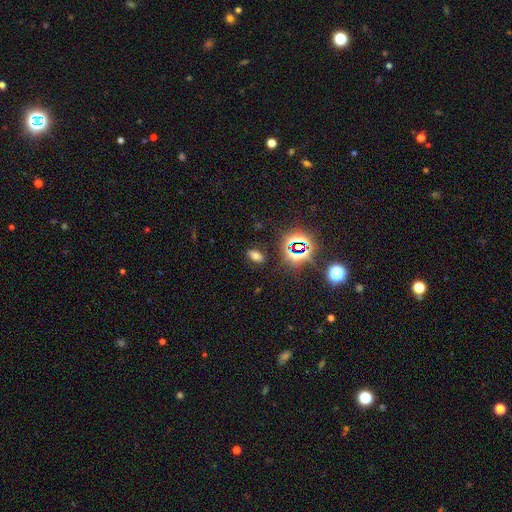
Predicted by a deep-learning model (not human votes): Q: Smooth or featured?
A: smooth (56%); runner-up: star or artifact (33%)
Q: How rounded?
A: in between (87%); runner-up: round (10%)
Q: Merging?
A: none (86%); runner-up: minor disturbance (9%)